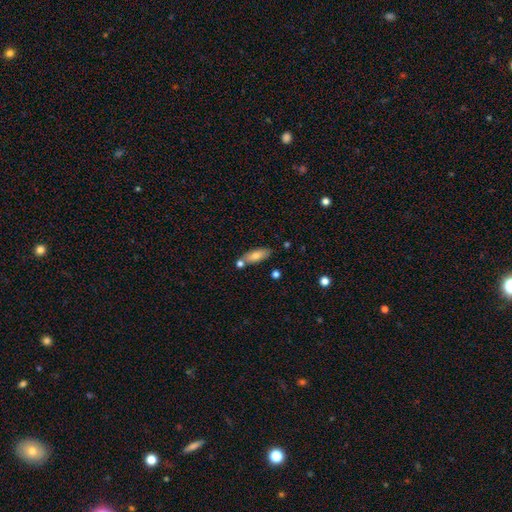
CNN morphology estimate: Smooth or featured: smooth — 74% (featured or disk — 18%)
How rounded: in between — 67% (cigar-shaped — 30%)
Merging: none — 69% (merger — 14%)